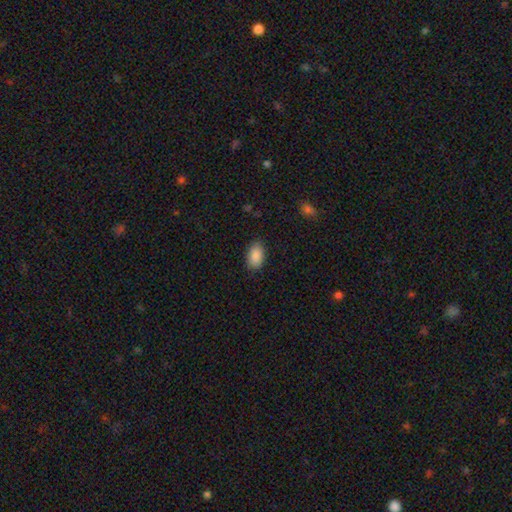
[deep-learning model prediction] smooth 89%, star or artifact 7%, featured or disk 4%. Down the decision tree: how rounded — in between (93%); merging — none (85%).